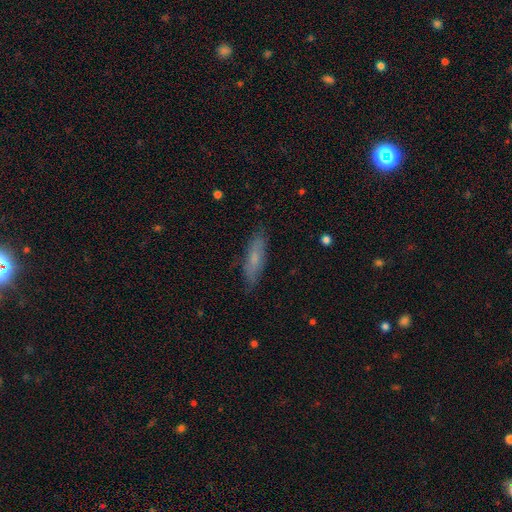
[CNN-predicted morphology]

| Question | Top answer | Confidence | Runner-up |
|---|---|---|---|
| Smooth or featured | smooth | 64% | featured or disk (29%) |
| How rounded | cigar-shaped | 65% | in between (33%) |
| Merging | none | 82% | minor disturbance (14%) |